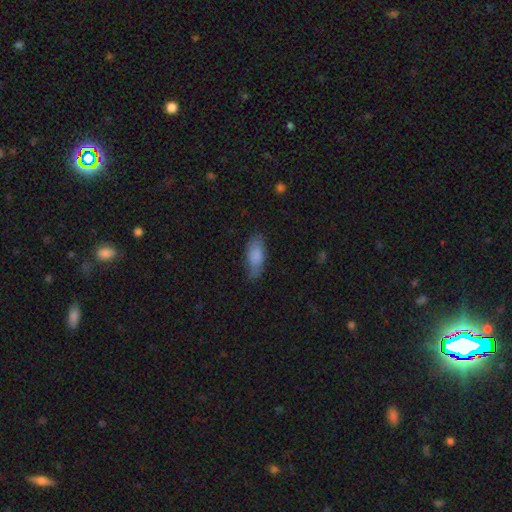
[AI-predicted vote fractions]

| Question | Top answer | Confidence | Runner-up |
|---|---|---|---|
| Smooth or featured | smooth | 83% | featured or disk (11%) |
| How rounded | in between | 81% | cigar-shaped (17%) |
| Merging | none | 66% | minor disturbance (26%) |